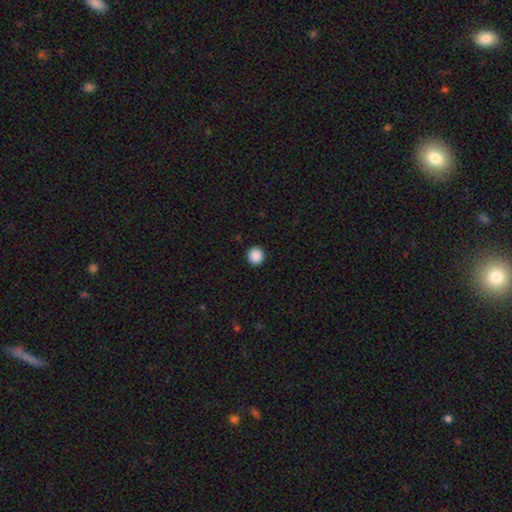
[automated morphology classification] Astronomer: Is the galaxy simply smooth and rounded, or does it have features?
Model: smooth — 89%.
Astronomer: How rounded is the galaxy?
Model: round — 91%.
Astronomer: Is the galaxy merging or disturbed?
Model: none — 92%.